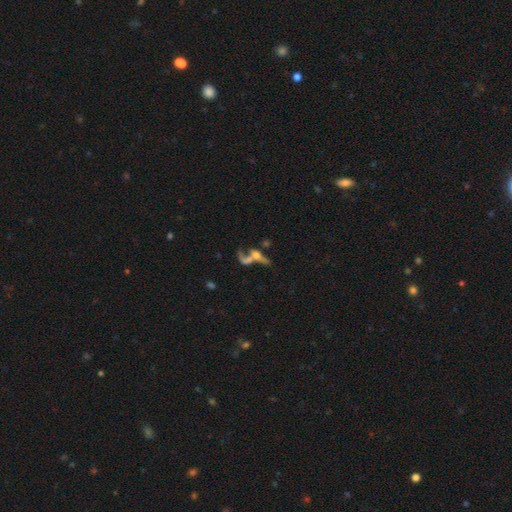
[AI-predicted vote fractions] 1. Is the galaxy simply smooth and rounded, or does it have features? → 55% featured or disk, 30% smooth, 15% star or artifact.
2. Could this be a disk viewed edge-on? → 67% no, 33% yes.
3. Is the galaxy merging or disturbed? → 47% merger, 23% none, 21% major disturbance, 9% minor disturbance.